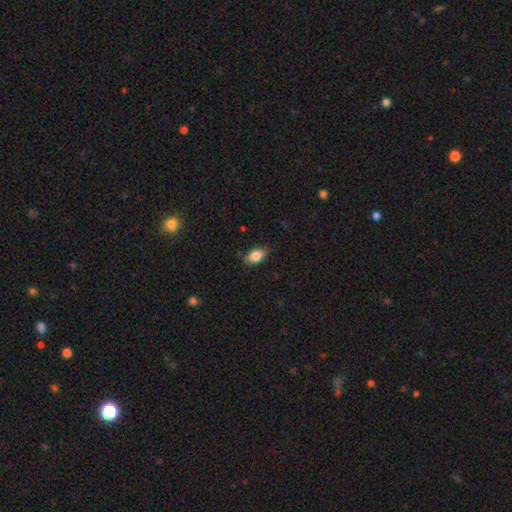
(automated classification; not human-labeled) Smooth or featured? Predicted: smooth (p=0.85). How rounded? Predicted: in between (p=0.87). Merging? Predicted: none (p=0.82).